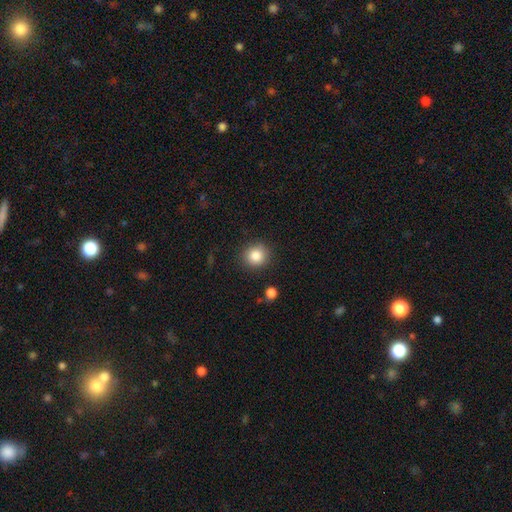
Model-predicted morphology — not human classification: smooth 85%, star or artifact 10%, featured or disk 5%. Down the decision tree: how rounded — round (89%); merging — none (89%).